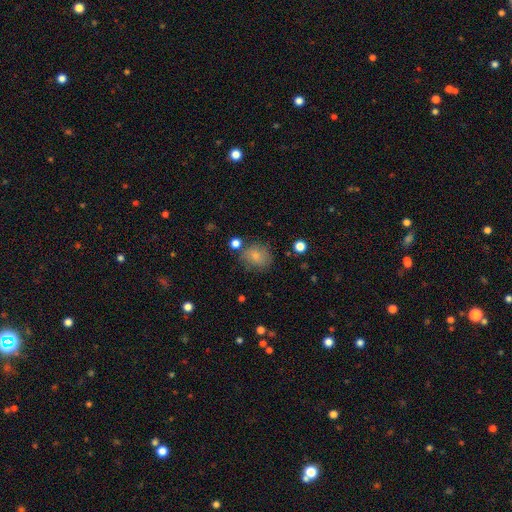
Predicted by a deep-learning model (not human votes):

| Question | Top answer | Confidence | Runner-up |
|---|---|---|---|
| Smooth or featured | smooth | 78% | featured or disk (12%) |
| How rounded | round | 69% | in between (30%) |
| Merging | none | 71% | minor disturbance (17%) |